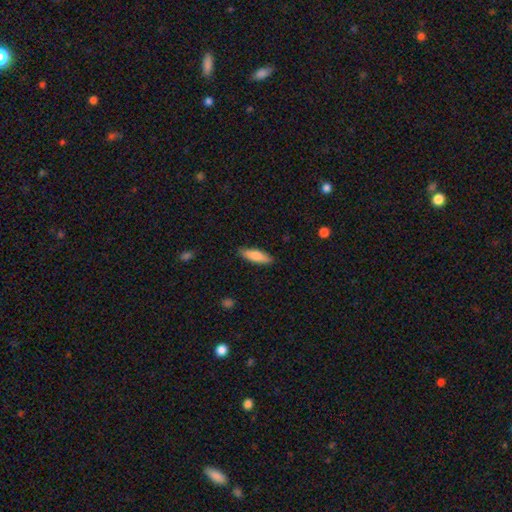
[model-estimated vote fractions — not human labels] A smooth galaxy with no disk features (78%) that is cigar-shaped (50%).

Vote fractions:
- Smooth or featured? smooth: 78% / featured or disk: 16% / star or artifact: 6%
- How rounded? cigar-shaped: 50% / in between: 49% / round: 2%
- Merging? none: 87% / minor disturbance: 10% / major disturbance: 2% / merger: 1%